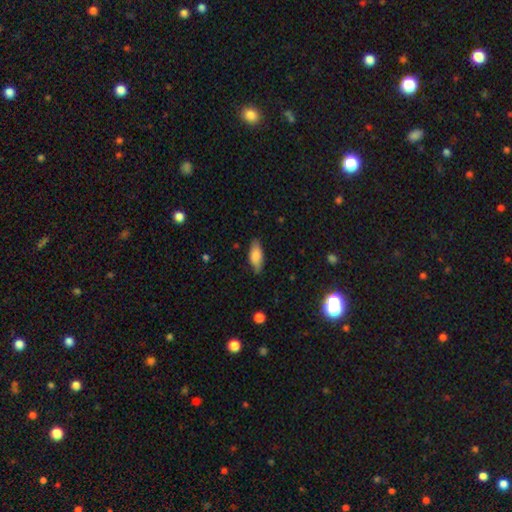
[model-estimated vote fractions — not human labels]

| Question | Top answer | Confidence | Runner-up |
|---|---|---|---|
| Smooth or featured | smooth | 82% | featured or disk (11%) |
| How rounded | in between | 82% | cigar-shaped (16%) |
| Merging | none | 80% | minor disturbance (16%) |